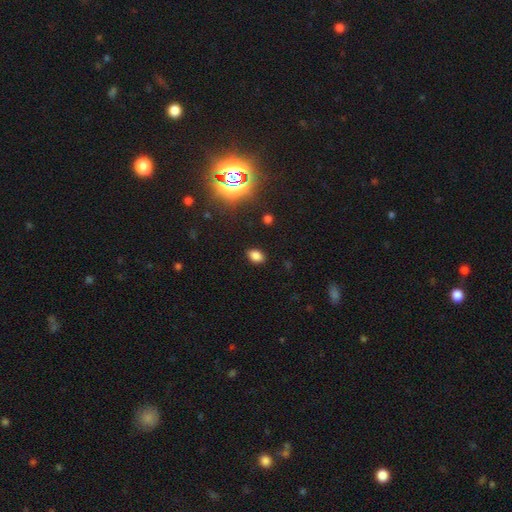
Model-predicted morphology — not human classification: The model was most divided on "smooth or featured": smooth: 80%, star or artifact: 16%, featured or disk: 5%. More confident: merging — none (88%); how rounded — in between (82%).